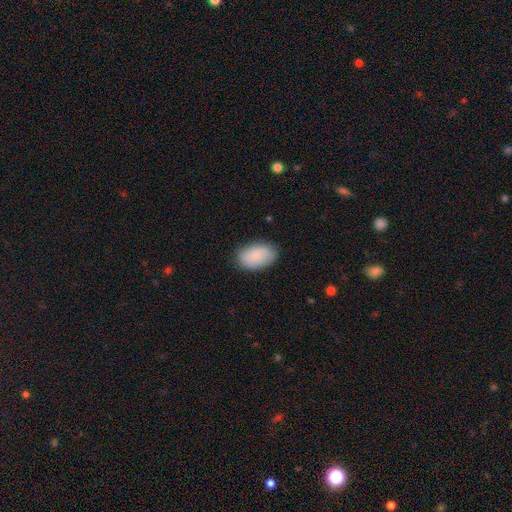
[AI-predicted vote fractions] Smooth or featured? Predicted: smooth (p=0.85). How rounded? Predicted: in between (p=0.92). Merging? Predicted: none (p=0.84).